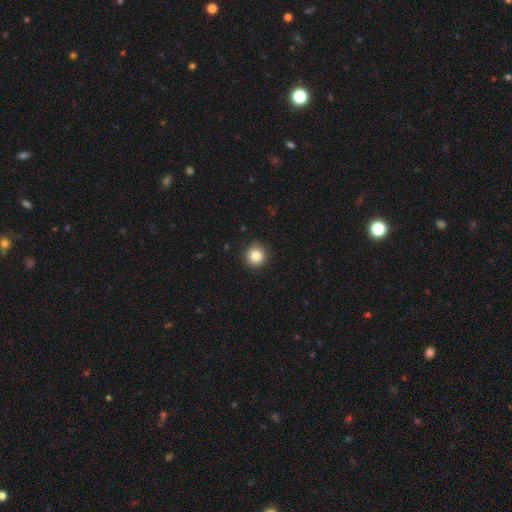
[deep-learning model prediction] Overall: smooth (85%). How rounded: round (94%). Merging: none (90%).